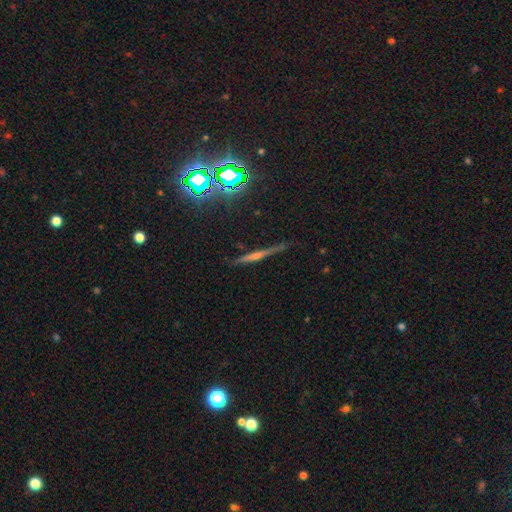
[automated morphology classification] featured or disk 58%, smooth 24%, star or artifact 19%. Down the decision tree: edge-on disk — yes (96%); edge-on bulge — rounded (52%); merging — none (84%).